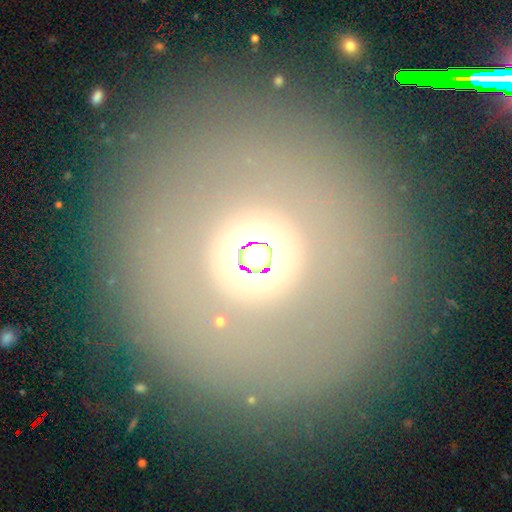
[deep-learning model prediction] smooth-or-featured: smooth: 47% | star or artifact: 30% | featured or disk: 23%
  merging: none: 79% | minor disturbance: 9% | major disturbance: 7% | merger: 5%